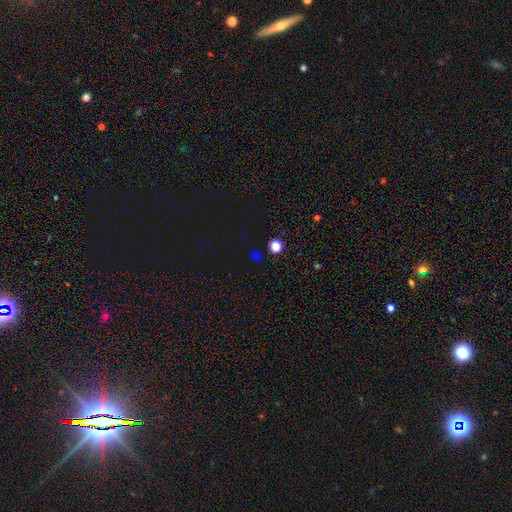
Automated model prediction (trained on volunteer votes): Smooth or featured: smooth — 56% (star or artifact — 40%)
How rounded: round — 83% (in between — 15%)
Merging: none — 86% (minor disturbance — 8%)